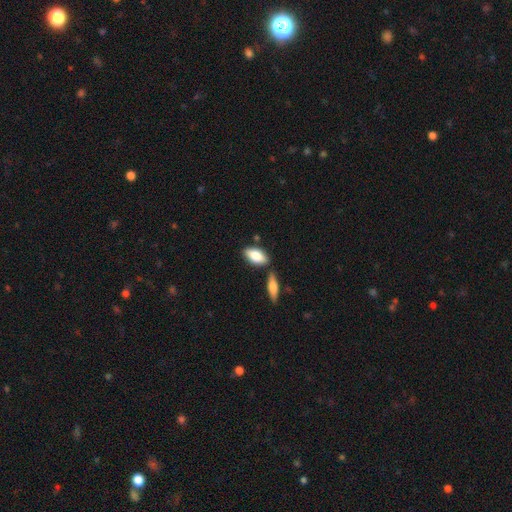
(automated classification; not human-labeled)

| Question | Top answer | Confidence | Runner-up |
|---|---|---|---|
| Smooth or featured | smooth | 81% | featured or disk (13%) |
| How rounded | in between | 90% | cigar-shaped (7%) |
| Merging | none | 73% | minor disturbance (12%) |